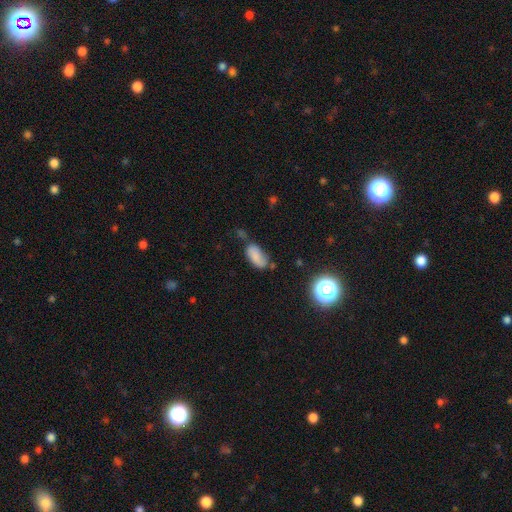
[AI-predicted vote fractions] Q: Smooth or featured?
A: smooth (77%); runner-up: featured or disk (12%)
Q: How rounded?
A: in between (91%); runner-up: cigar-shaped (5%)
Q: Merging?
A: none (49%); runner-up: minor disturbance (30%)